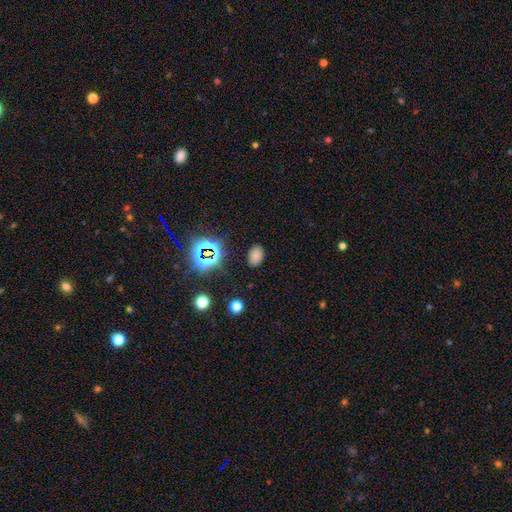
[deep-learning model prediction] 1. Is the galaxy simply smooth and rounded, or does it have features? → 69% smooth, 24% star or artifact, 7% featured or disk.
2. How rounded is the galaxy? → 84% in between, 15% round, 1% cigar-shaped.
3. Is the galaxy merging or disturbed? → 84% none, 11% minor disturbance, 3% major disturbance, 2% merger.